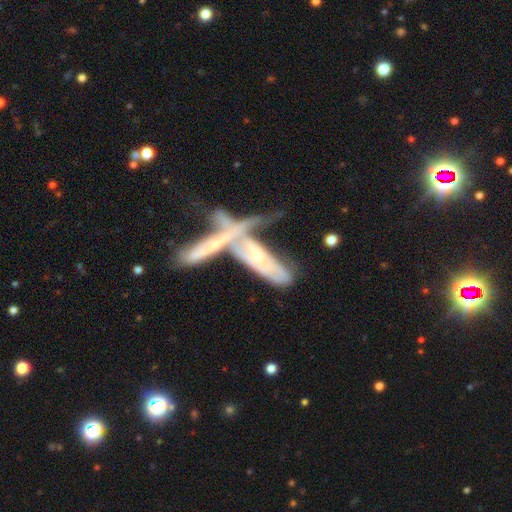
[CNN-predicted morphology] Smooth or featured? featured or disk (67%)
Edge-on disk? no (56%)
Merging? merger (63%)